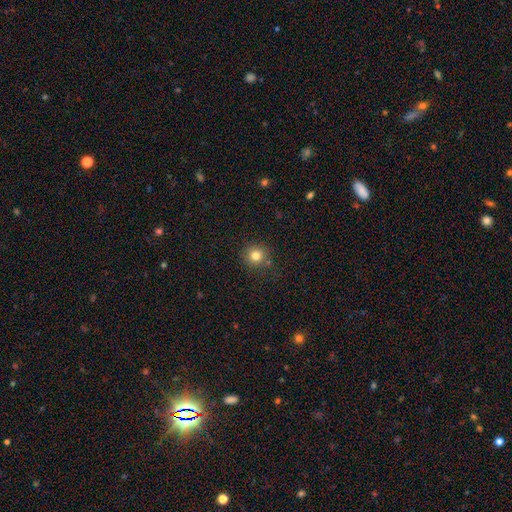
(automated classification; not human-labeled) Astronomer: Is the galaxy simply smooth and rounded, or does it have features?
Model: smooth — 81%.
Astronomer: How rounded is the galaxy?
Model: round — 92%.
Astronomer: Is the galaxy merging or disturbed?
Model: none — 82%.